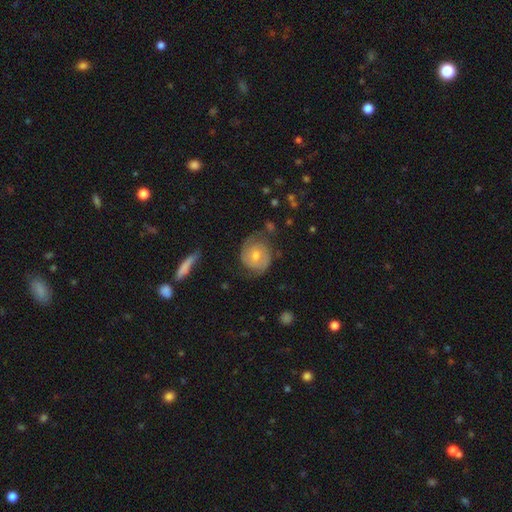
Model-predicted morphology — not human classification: The model was most divided on "spiral winding": tight: 56%, medium: 33%, loose: 11%. More confident: edge-on disk — no (97%); spiral arms — yes (92%); spiral arm count — 2 (80%); smooth or featured — featured or disk (76%); merging — none (72%); bar — no (69%); bulge size — moderate (62%).